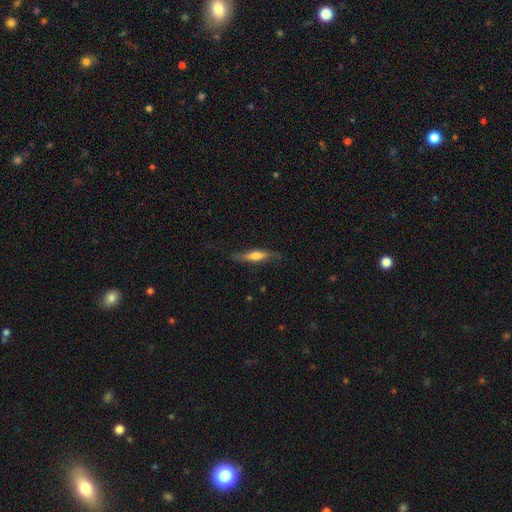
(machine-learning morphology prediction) Smooth or featured? Predicted: featured or disk (p=0.50). Merging? Predicted: none (p=0.71).